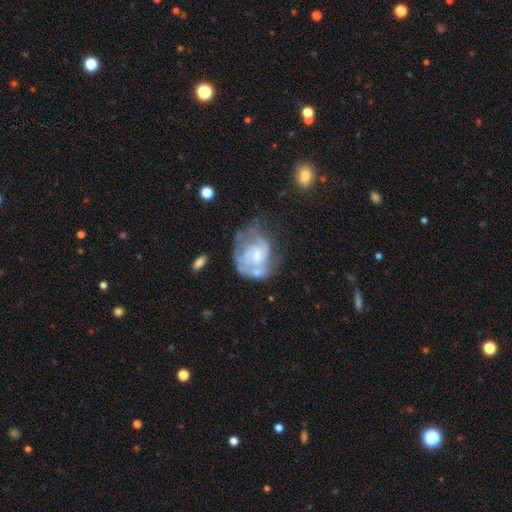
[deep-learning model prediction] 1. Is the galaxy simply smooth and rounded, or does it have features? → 65% featured or disk, 28% smooth, 7% star or artifact.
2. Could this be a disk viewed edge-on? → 98% no, 2% yes.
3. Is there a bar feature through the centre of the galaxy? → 74% no, 23% weak, 4% strong.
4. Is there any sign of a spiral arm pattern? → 63% yes, 37% no.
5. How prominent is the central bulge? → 37% small, 30% moderate, 23% none, 9% large, 2% dominant.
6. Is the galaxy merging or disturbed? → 32% none, 31% major disturbance, 26% minor disturbance, 11% merger.